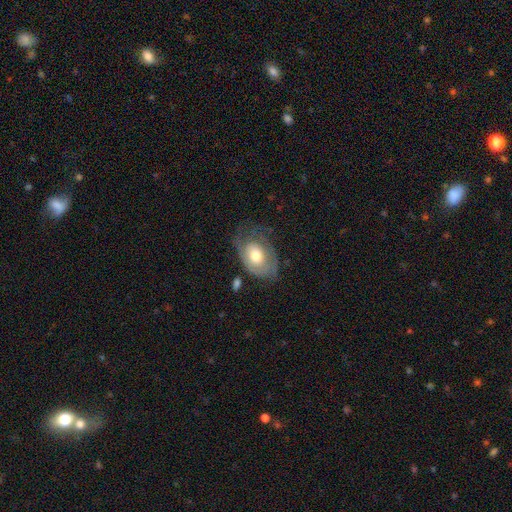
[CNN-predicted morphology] A featured or disk galaxy (51%).

Vote fractions:
- Smooth or featured? featured or disk: 51% / smooth: 42% / star or artifact: 7%
- Edge-on disk? no: 94% / yes: 6%
- Merging? none: 40% / minor disturbance: 30% / major disturbance: 26% / merger: 3%